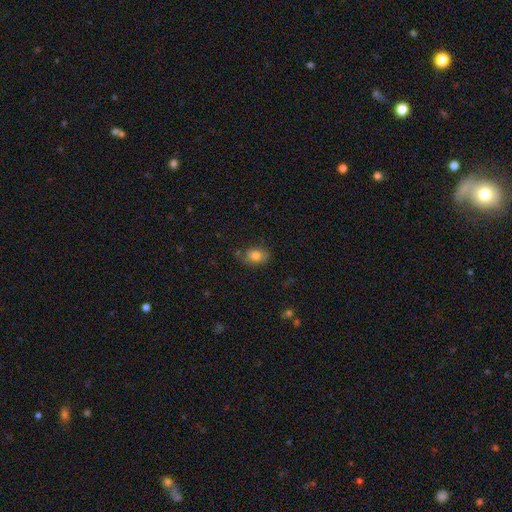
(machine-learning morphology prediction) smooth-or-featured: smooth: 78% | featured or disk: 12% | star or artifact: 10%
  how-rounded: in between: 73% | round: 25% | cigar-shaped: 1%
  merging: none: 72% | minor disturbance: 20% | major disturbance: 5% | merger: 3%